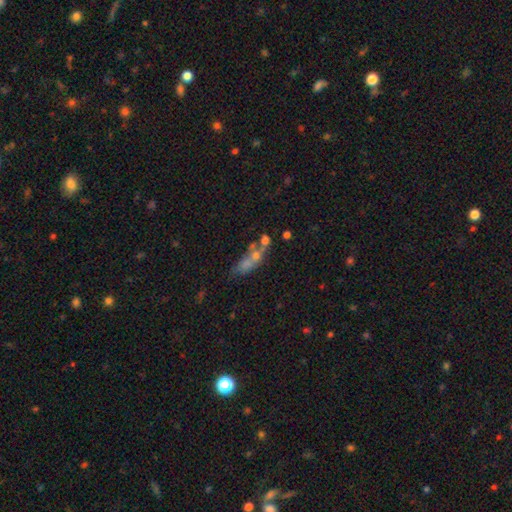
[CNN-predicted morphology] type=smooth (50%); merging=merger (35%).